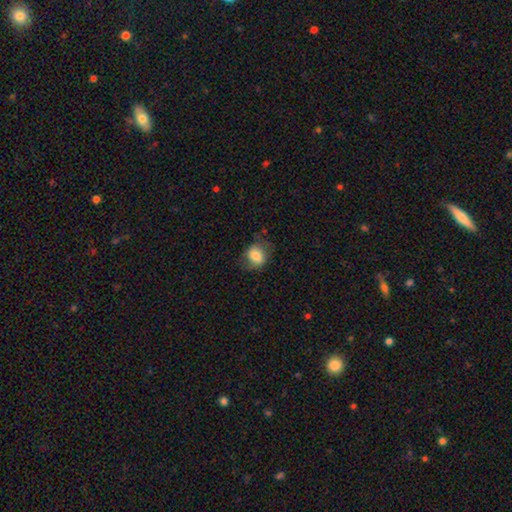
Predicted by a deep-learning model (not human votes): Morphology: type=smooth (73%); roundness=in between (50%); merging=none (64%).